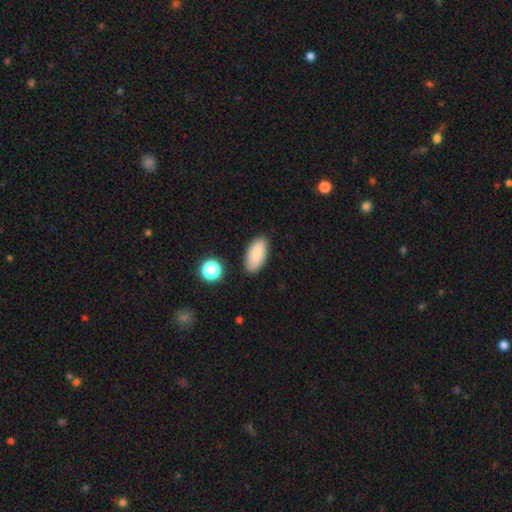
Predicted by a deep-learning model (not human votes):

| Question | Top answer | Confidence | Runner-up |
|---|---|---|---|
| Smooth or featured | smooth | 84% | featured or disk (8%) |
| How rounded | in between | 92% | cigar-shaped (5%) |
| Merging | none | 84% | minor disturbance (11%) |